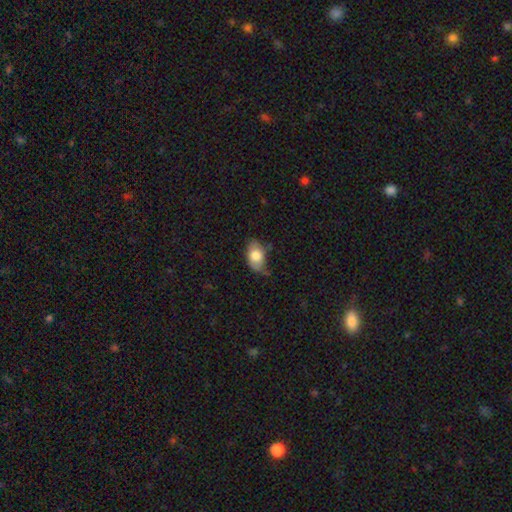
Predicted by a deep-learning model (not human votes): Q: Smooth or featured?
A: smooth (77%); runner-up: featured or disk (16%)
Q: How rounded?
A: in between (89%); runner-up: round (9%)
Q: Merging?
A: none (58%); runner-up: minor disturbance (32%)